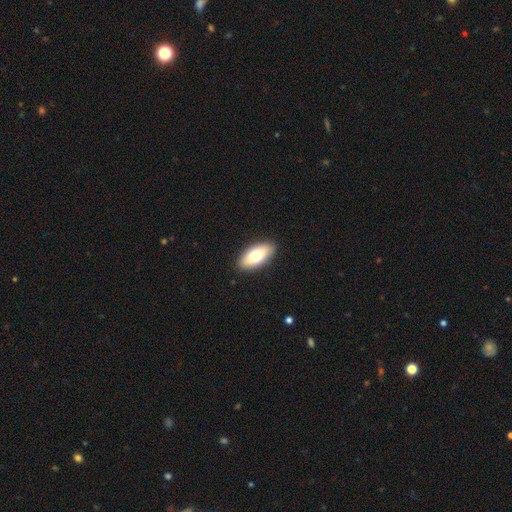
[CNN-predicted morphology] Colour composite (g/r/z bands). It shows a smooth galaxy with no disk features (74%) that is in between round and cigar-shaped (90%). Merging: none (90%).